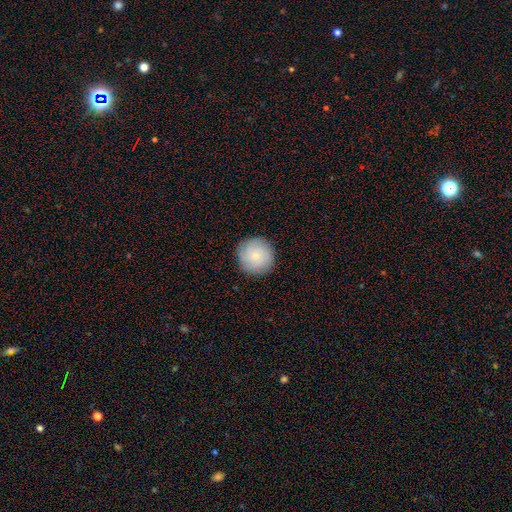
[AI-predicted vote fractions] This is likely a smooth galaxy (79%). How rounded: clearly round (95%). Merging: clearly none (89%).